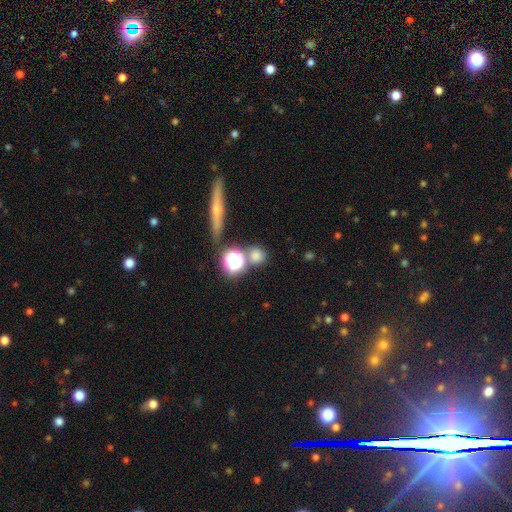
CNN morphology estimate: Smooth or featured: smooth — 71% (star or artifact — 20%)
How rounded: round — 84% (in between — 13%)
Merging: none — 74% (merger — 14%)